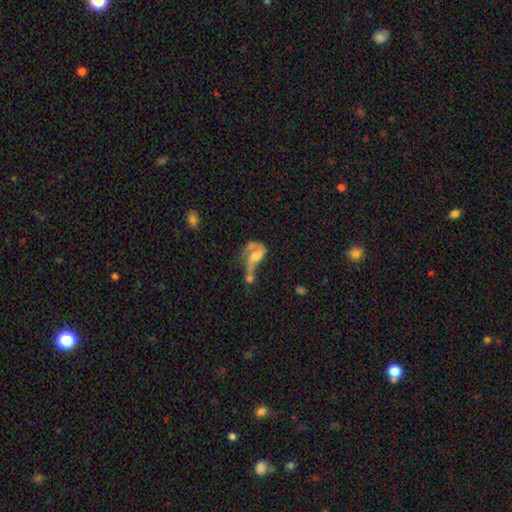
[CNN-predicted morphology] smooth-or-featured: featured or disk: 65% | smooth: 26% | star or artifact: 9%
  disk-edge-on: no: 96% | yes: 4%
    bar: no: 62% | weak: 29% | strong: 8%
    has-spiral-arms: yes: 74% | no: 26%
    bulge-size: moderate: 43% | small: 25% | none: 17% | large: 12% | dominant: 2%
  merging: merger: 45% | major disturbance: 28% | none: 16% | minor disturbance: 11%